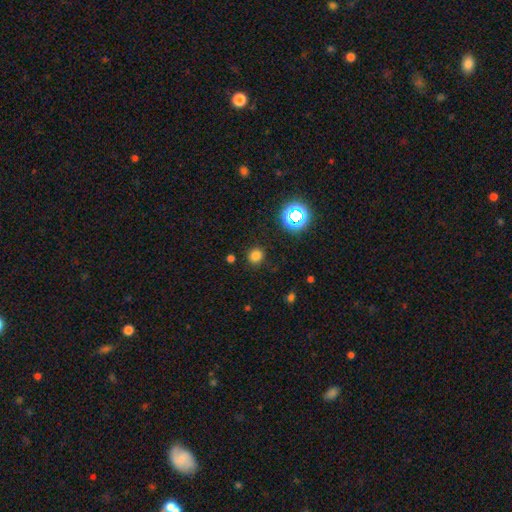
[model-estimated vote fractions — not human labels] This is likely a smooth galaxy (75%). How rounded: clearly round (90%). Merging: clearly none (88%).